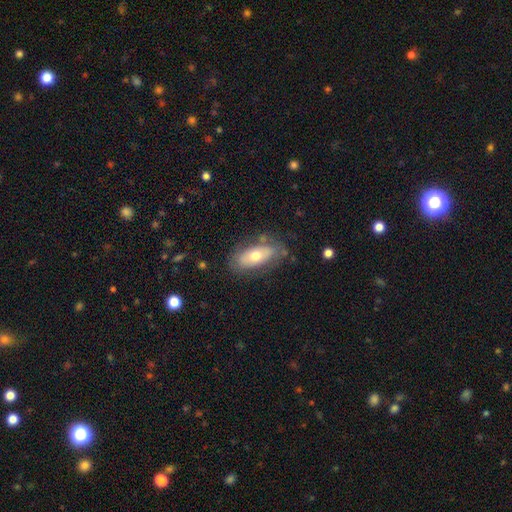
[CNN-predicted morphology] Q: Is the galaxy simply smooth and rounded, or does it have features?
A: smooth — 55%.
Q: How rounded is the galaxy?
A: in between — 83%.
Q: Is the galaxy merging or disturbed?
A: none — 72%.